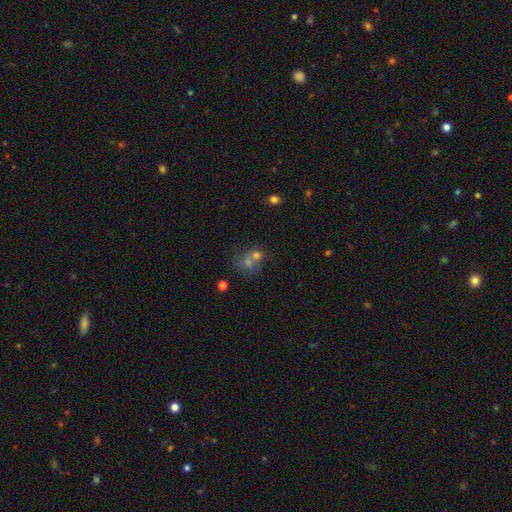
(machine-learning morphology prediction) smooth-or-featured: smooth: 61% | star or artifact: 20% | featured or disk: 19%
  how-rounded: round: 68% | in between: 31% | cigar-shaped: 1%
  merging: merger: 55% | none: 32% | minor disturbance: 8% | major disturbance: 5%